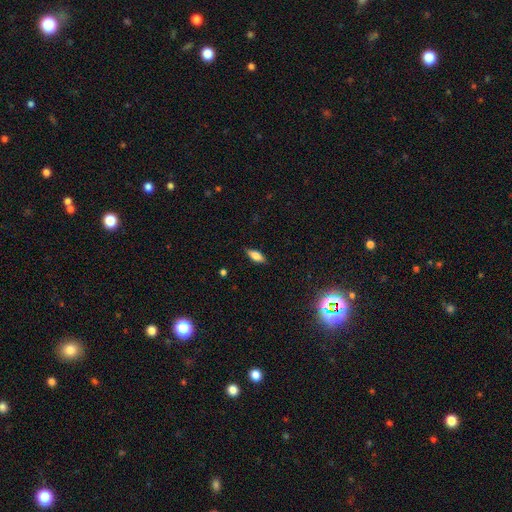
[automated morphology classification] type=smooth (67%); roundness=in between (73%); merging=none (86%).